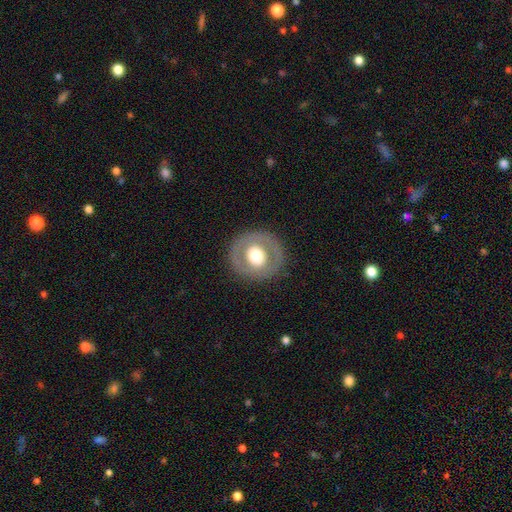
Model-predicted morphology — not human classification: type=smooth (49%); merging=none (86%).